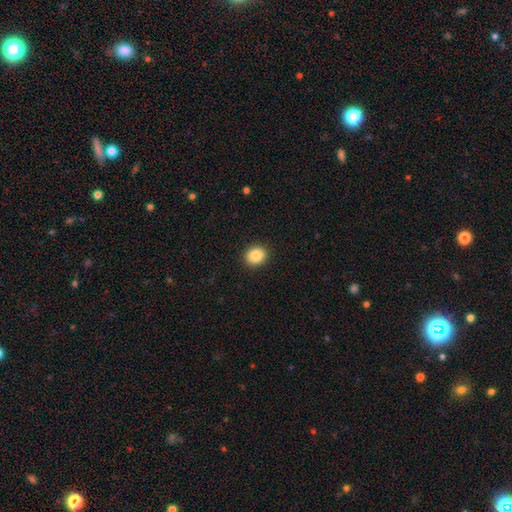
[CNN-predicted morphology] Smooth or featured? smooth (87%)
How rounded? round (71%)
Merging? none (92%)